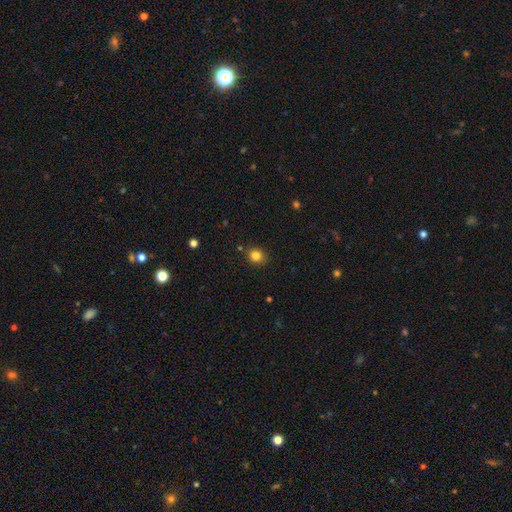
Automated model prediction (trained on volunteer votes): A smooth galaxy with no disk features (83%) that is round (75%). Merging: none (86%).